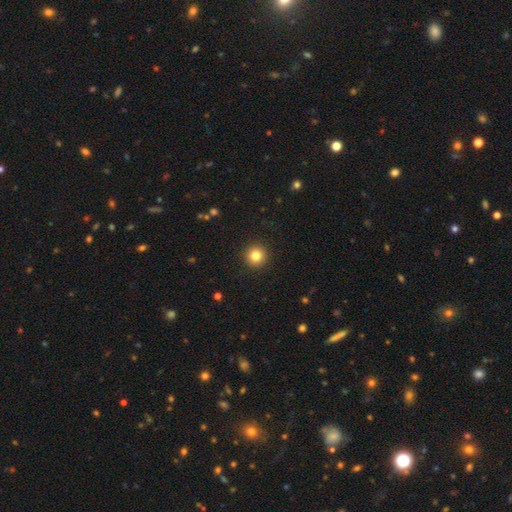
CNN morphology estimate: smooth_or_featured: smooth (p=0.82) [alt: star or artifact p=0.11]
how_rounded: round (p=0.95) [alt: in between p=0.04]
merging: none (p=0.93) [alt: minor disturbance p=0.04]